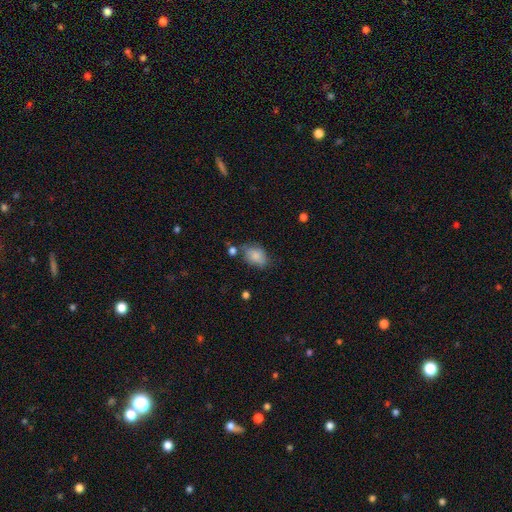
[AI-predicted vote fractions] smooth-or-featured: smooth: 82% | featured or disk: 10% | star or artifact: 8%
  how-rounded: in between: 81% | round: 17% | cigar-shaped: 1%
  merging: none: 59% | minor disturbance: 25% | merger: 8% | major disturbance: 8%